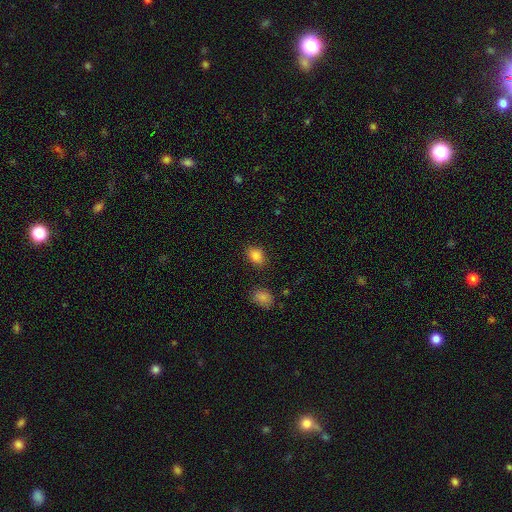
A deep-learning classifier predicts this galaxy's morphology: Overall: smooth (85%). How rounded: in between (74%). Merging: none (81%).